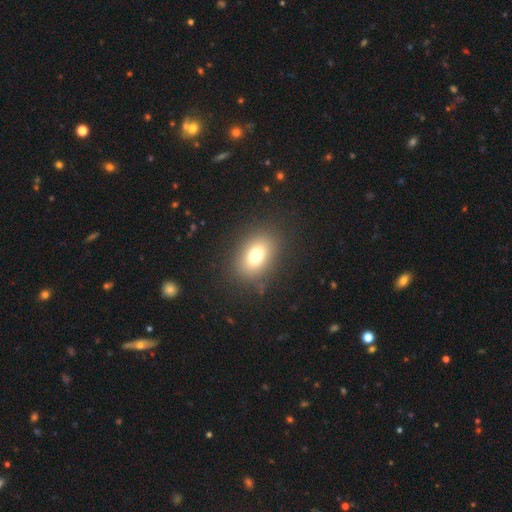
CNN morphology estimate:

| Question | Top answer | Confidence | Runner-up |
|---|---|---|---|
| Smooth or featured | smooth | 75% | featured or disk (12%) |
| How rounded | in between | 75% | round (24%) |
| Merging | none | 85% | minor disturbance (9%) |